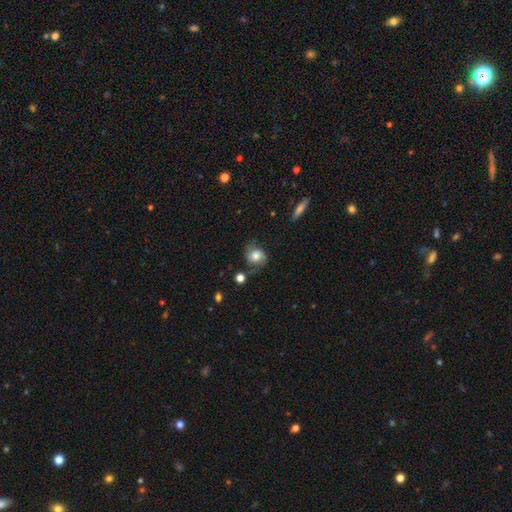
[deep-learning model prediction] Smooth or featured: featured or disk — 49% (smooth — 42%)
Merging: none — 64% (minor disturbance — 23%)